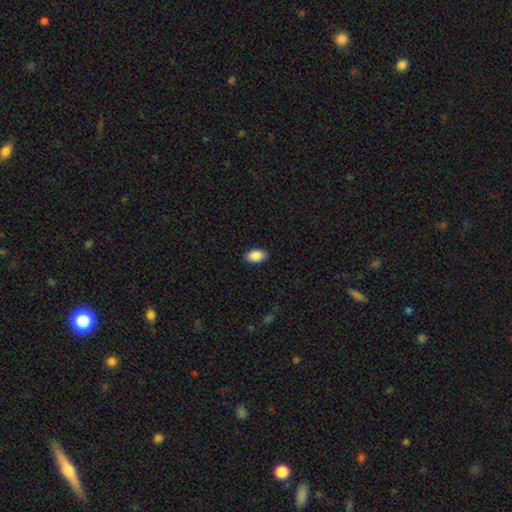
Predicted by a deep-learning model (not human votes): smooth_or_featured: smooth (p=0.90) [alt: star or artifact p=0.07]
how_rounded: in between (p=0.93) [alt: round p=0.05]
merging: none (p=0.89) [alt: minor disturbance p=0.08]